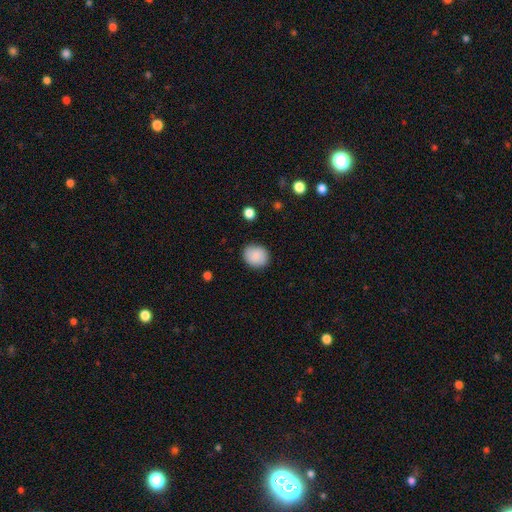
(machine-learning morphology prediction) This is clearly a smooth galaxy (88%). How rounded: likely round (73%). Merging: clearly none (85%).